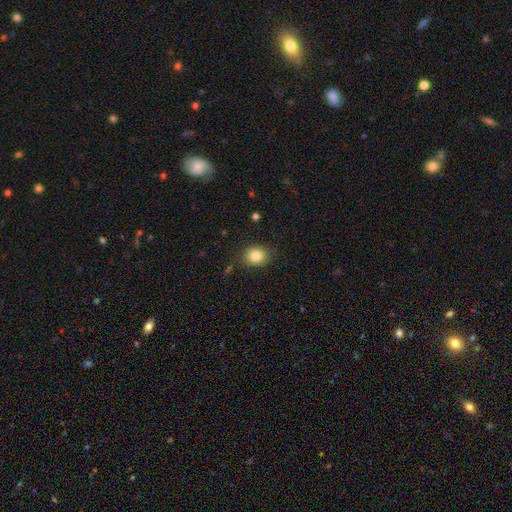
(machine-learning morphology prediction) Overall: smooth (83%). How rounded: round (63%; in between 36%). Merging: none (86%).